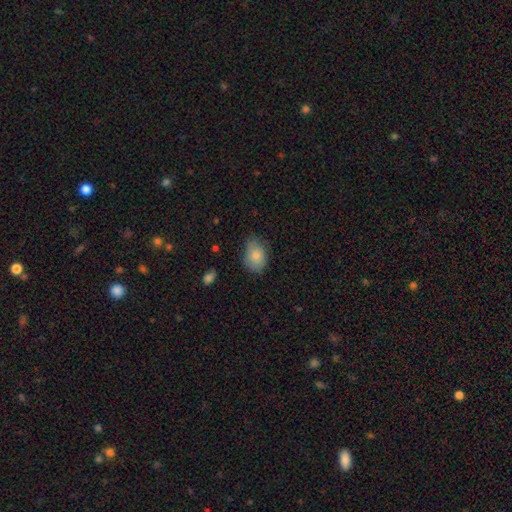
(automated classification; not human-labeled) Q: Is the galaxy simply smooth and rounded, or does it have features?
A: smooth — 82%.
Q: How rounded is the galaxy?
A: in between — 79%.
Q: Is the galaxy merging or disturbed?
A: none — 67%.